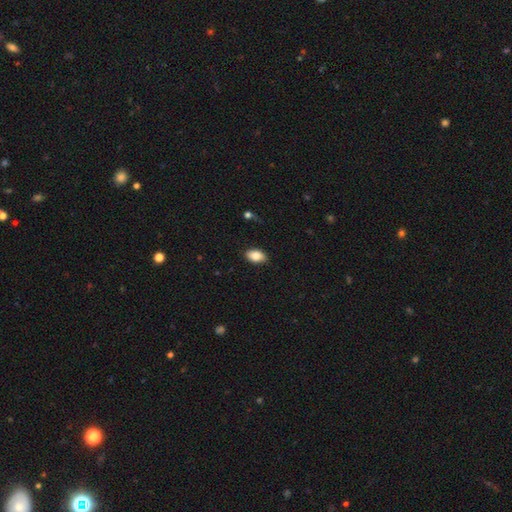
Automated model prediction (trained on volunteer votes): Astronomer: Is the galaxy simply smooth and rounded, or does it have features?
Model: smooth — 84%.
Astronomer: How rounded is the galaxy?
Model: in between — 91%.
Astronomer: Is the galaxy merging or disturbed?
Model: none — 84%.